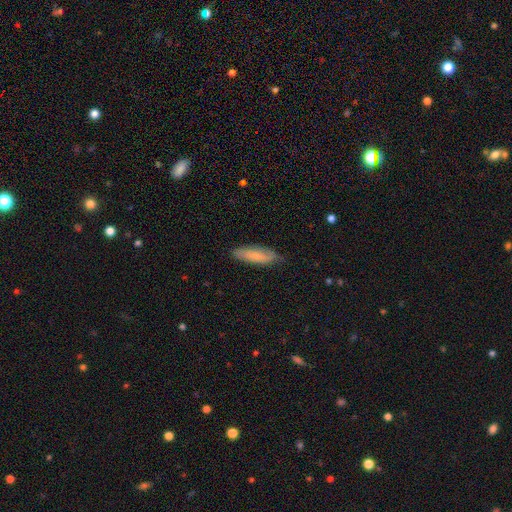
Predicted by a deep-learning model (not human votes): Q: Smooth or featured?
A: smooth (72%); runner-up: featured or disk (22%)
Q: How rounded?
A: cigar-shaped (57%); runner-up: in between (41%)
Q: Merging?
A: none (80%); runner-up: minor disturbance (16%)